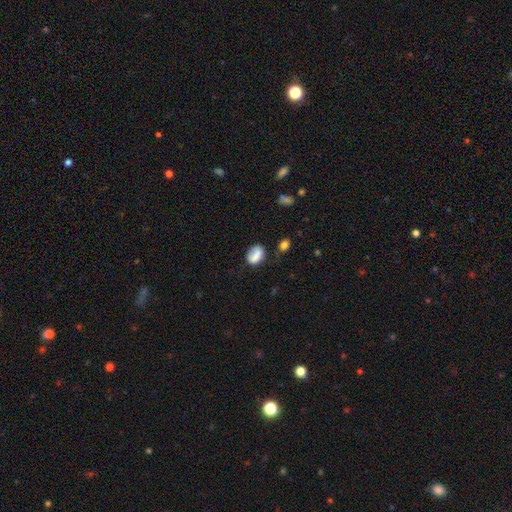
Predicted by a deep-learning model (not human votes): This is likely a smooth galaxy (75%). How rounded: likely in between (70%). Merging: possibly none (51%).